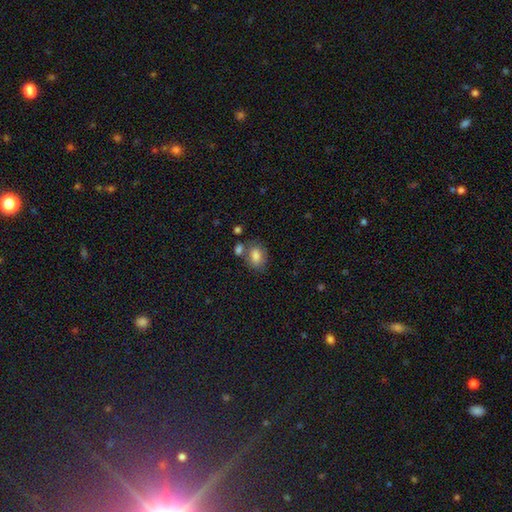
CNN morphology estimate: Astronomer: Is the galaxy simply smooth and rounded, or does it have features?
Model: smooth — 82%.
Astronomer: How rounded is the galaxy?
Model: in between — 80%.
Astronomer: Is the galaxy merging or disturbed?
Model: none — 57%.